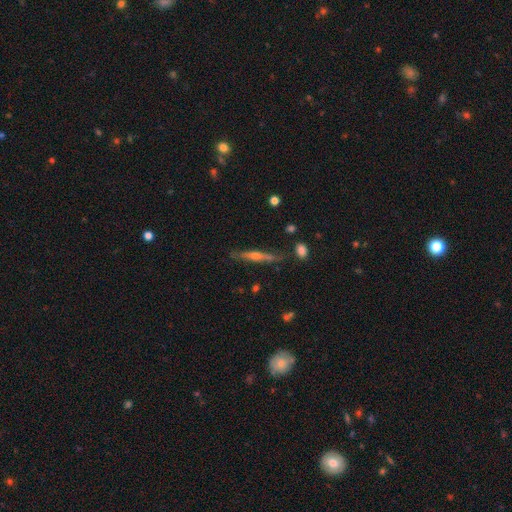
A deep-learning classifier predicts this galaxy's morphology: Smooth or featured: featured or disk — 70% (smooth — 20%)
Edge-on disk: yes — 95% (no — 5%)
Edge-on bulge: rounded — 81% (none — 12%)
Merging: none — 83% (minor disturbance — 11%)